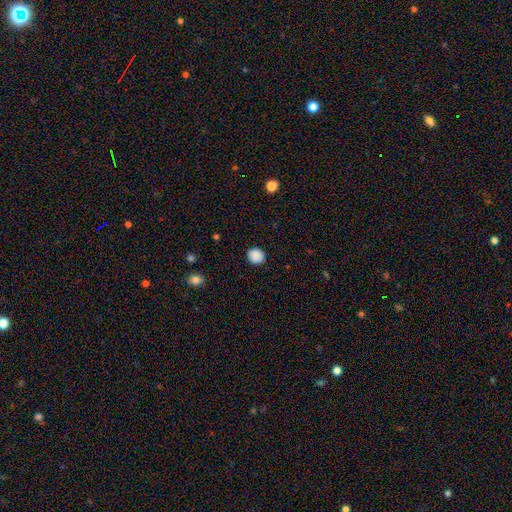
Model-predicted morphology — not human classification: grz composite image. It shows a smooth galaxy with no disk features (89%) that is round (78%). Merging: none (89%).